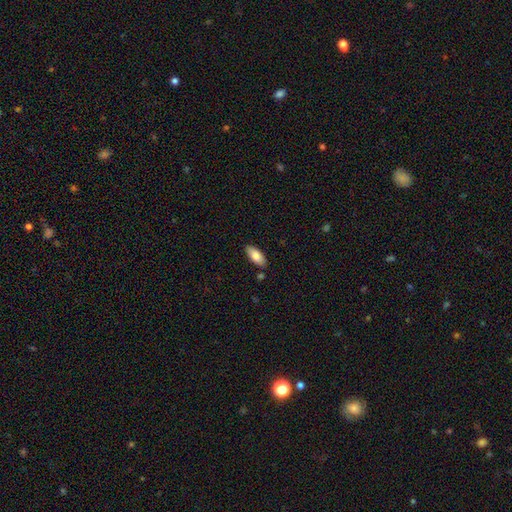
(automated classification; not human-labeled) Smooth or featured?
  - smooth: 83% *
  - featured or disk: 11%
  - star or artifact: 6%
How rounded?
  - in between: 85% *
  - cigar-shaped: 13%
  - round: 2%
Merging?
  - none: 85% *
  - minor disturbance: 10%
  - merger: 3%
  - major disturbance: 2%